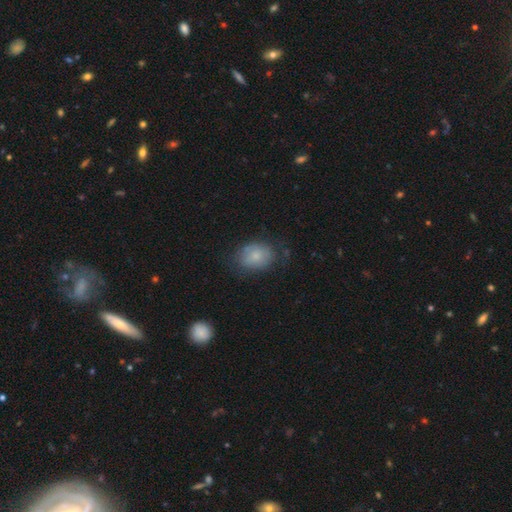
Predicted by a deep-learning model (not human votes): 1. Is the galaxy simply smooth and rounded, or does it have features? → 76% smooth, 16% featured or disk, 8% star or artifact.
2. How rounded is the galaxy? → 61% in between, 39% round, 1% cigar-shaped.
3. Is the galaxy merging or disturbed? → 65% none, 24% minor disturbance, 9% major disturbance, 2% merger.